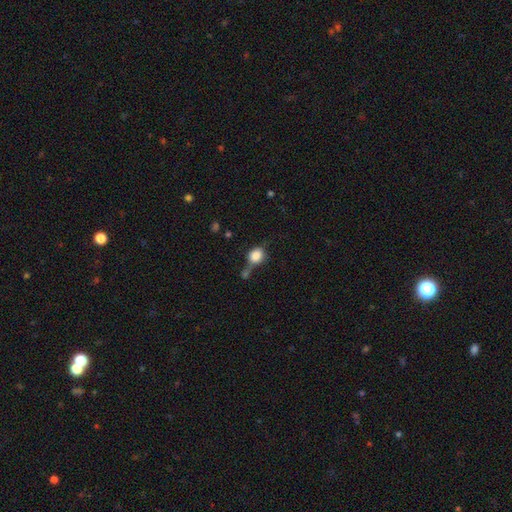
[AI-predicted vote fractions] smooth 78%, featured or disk 12%, star or artifact 10%. Down the decision tree: how rounded — round (67%); merging — none (39%).